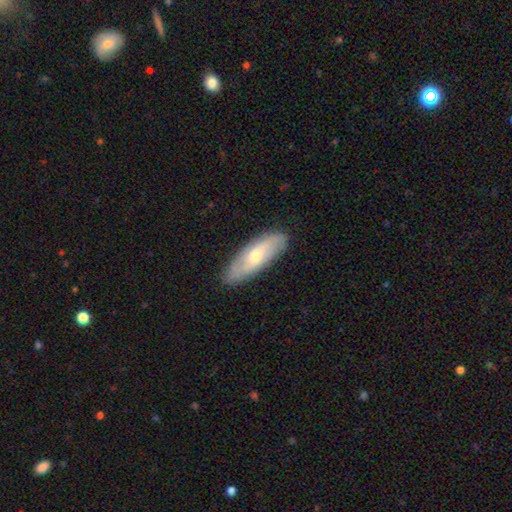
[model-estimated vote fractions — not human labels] This is possibly a featured or disk galaxy (49%). Merging: clearly none (85%).